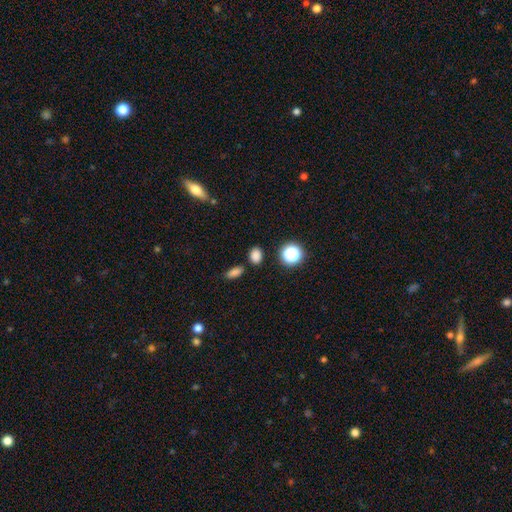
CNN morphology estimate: This is likely a smooth galaxy (80%). How rounded: likely in between (62%). Merging: clearly none (81%).